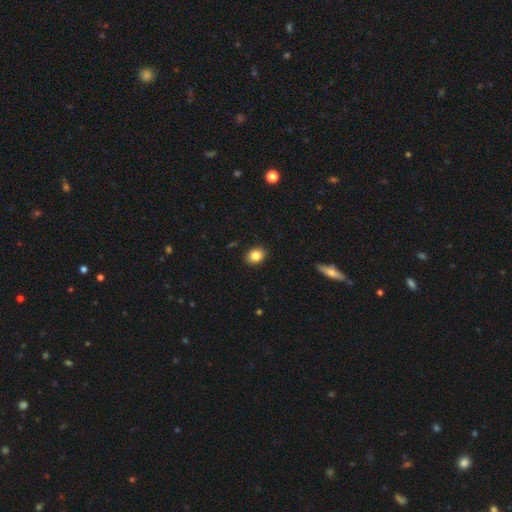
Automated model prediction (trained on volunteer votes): Morphology: type=smooth (84%); roundness=in between (59%); merging=none (90%).